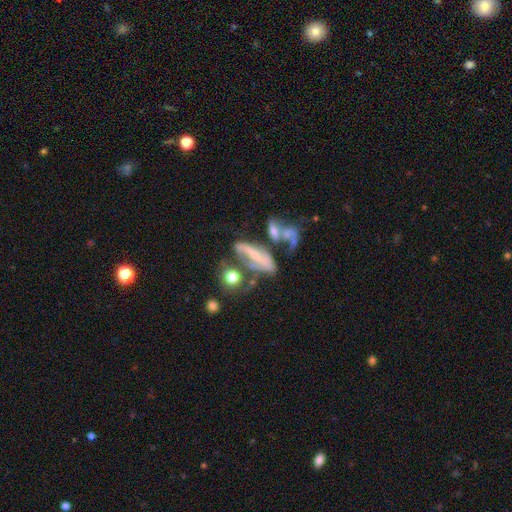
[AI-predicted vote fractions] The model was most divided on "merging": merger: 36%, none: 31%, major disturbance: 18%, minor disturbance: 15%. More confident: edge-on disk — no (75%); smooth or featured — featured or disk (59%).